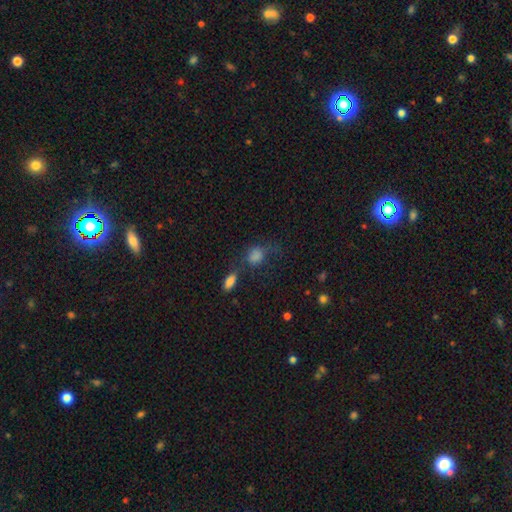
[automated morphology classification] This appears to be a smooth galaxy with no disk features (73%) that is round (49%). Merging: none (40%).